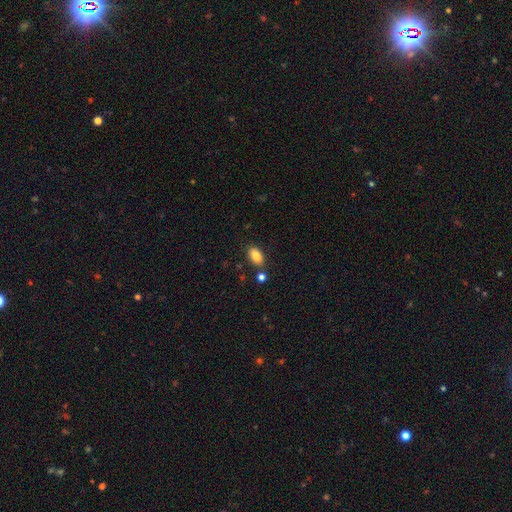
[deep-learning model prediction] Smooth or featured: smooth — 86% (star or artifact — 8%)
How rounded: in between — 91% (round — 6%)
Merging: none — 80% (minor disturbance — 11%)